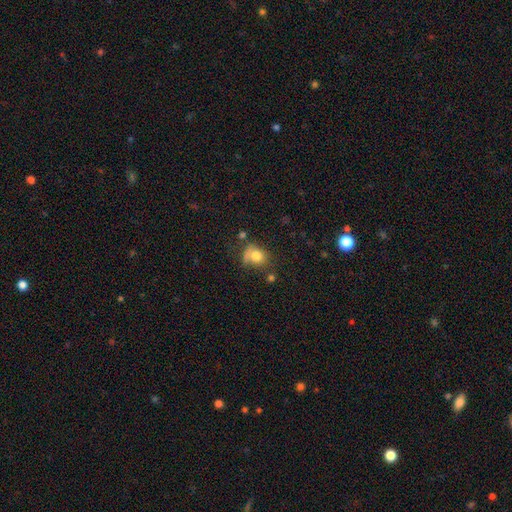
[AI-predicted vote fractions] A smooth galaxy with no disk features (76%) that is round (59%).

Vote fractions:
- Smooth or featured? smooth: 76% / featured or disk: 13% / star or artifact: 11%
- How rounded? round: 59% / in between: 39% / cigar-shaped: 1%
- Merging? none: 43% / minor disturbance: 25% / major disturbance: 18% / merger: 14%